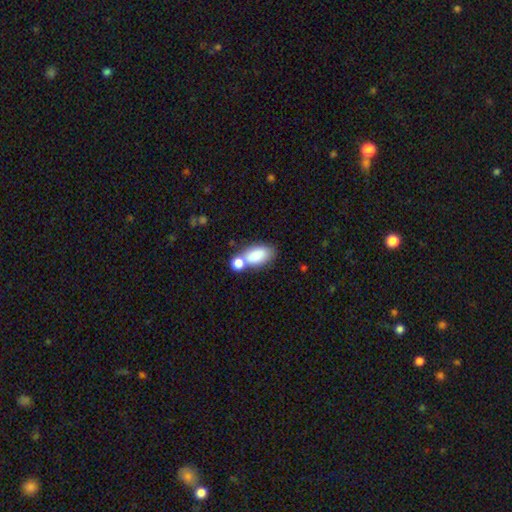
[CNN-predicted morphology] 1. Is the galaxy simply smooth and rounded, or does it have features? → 83% smooth, 10% featured or disk, 7% star or artifact.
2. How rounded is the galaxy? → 90% in between, 5% round, 4% cigar-shaped.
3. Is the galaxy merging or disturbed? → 43% merger, 41% none, 12% minor disturbance, 5% major disturbance.